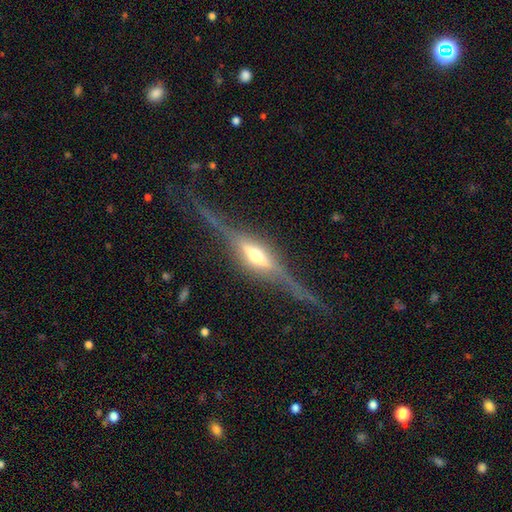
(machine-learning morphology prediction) Q: Smooth or featured?
A: featured or disk (86%); runner-up: smooth (8%)
Q: Edge-on disk?
A: yes (97%); runner-up: no (3%)
Q: Edge-on bulge?
A: rounded (85%); runner-up: boxy (11%)
Q: Merging?
A: none (81%); runner-up: minor disturbance (12%)